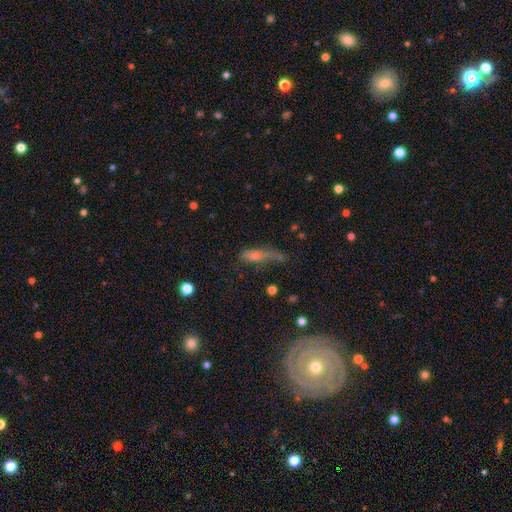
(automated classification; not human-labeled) Smooth or featured?
  - smooth: 63% *
  - featured or disk: 22%
  - star or artifact: 14%
How rounded?
  - in between: 49% *
  - cigar-shaped: 46%
  - round: 5%
Merging?
  - major disturbance: 33% *
  - none: 31%
  - minor disturbance: 27%
  - merger: 9%